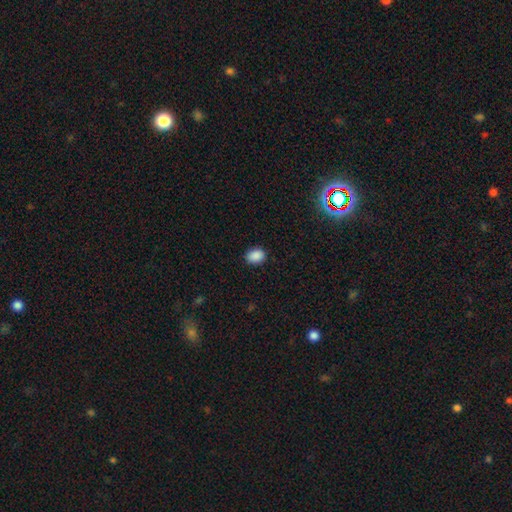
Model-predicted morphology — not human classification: Q: Smooth or featured?
A: smooth (89%); runner-up: star or artifact (9%)
Q: How rounded?
A: in between (62%); runner-up: round (37%)
Q: Merging?
A: none (87%); runner-up: minor disturbance (9%)